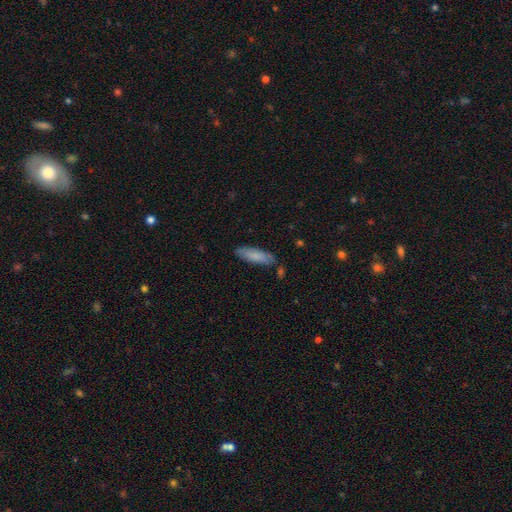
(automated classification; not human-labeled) Overall: smooth (80%). How rounded: cigar-shaped (58%; in between 40%). Merging: none (75%).